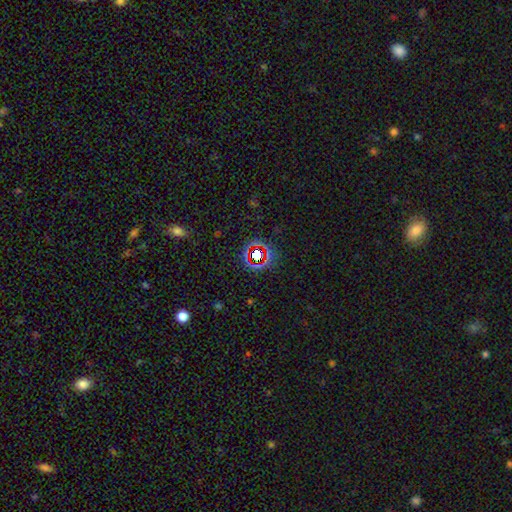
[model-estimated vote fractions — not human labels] The model was most divided on "smooth or featured": star or artifact: 72%, smooth: 17%, featured or disk: 10%.